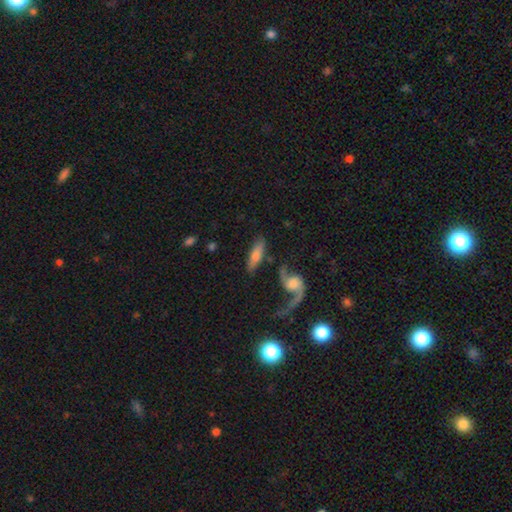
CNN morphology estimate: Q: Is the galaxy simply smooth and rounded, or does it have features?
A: smooth — 52%.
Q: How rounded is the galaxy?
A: in between — 48%.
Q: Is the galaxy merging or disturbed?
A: none — 63%.